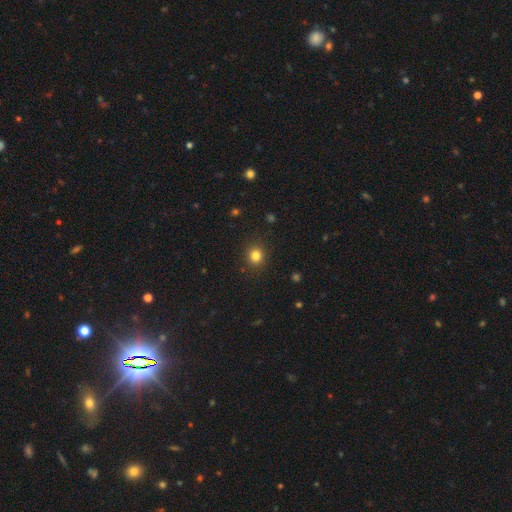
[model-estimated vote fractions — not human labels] A smooth galaxy with no disk features (82%) that is round (85%).

Vote fractions:
- Smooth or featured? smooth: 82% / star or artifact: 13% / featured or disk: 5%
- How rounded? round: 85% / in between: 14% / cigar-shaped: 1%
- Merging? none: 90% / minor disturbance: 7% / major disturbance: 2% / merger: 1%